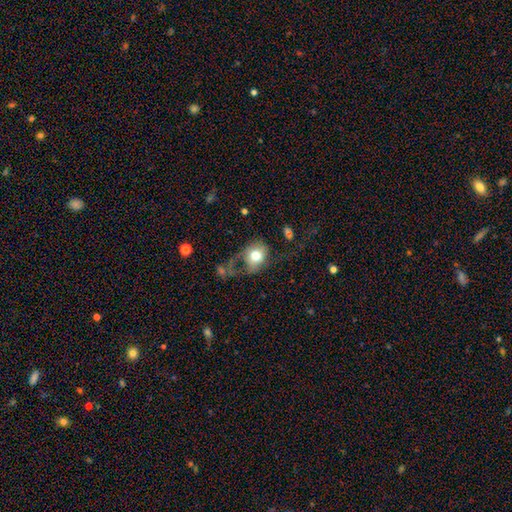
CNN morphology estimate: Smooth or featured? Predicted: smooth (p=0.68). How rounded? Predicted: round (p=0.57). Merging? Predicted: major disturbance (p=0.47).